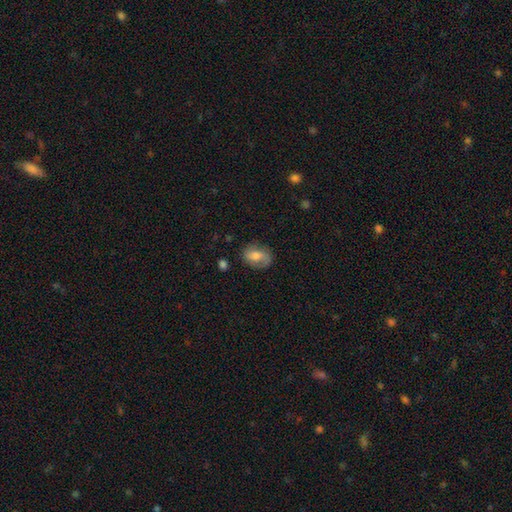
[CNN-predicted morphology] smooth 56%, featured or disk 36%, star or artifact 8%. Down the decision tree: how rounded — in between (69%); merging — none (70%).